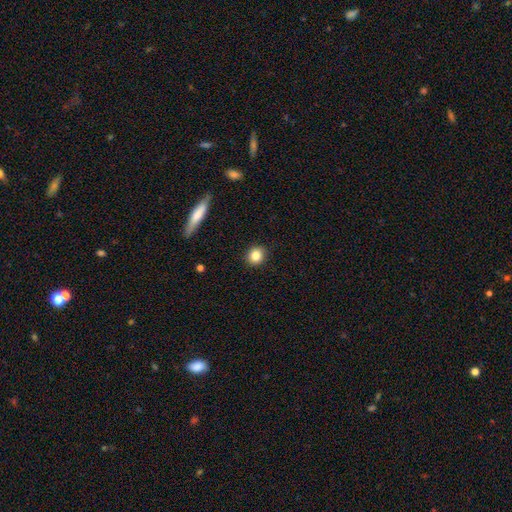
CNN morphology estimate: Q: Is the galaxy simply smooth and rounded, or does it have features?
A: smooth — 84%.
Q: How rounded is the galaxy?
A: round — 83%.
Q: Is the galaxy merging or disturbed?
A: none — 91%.